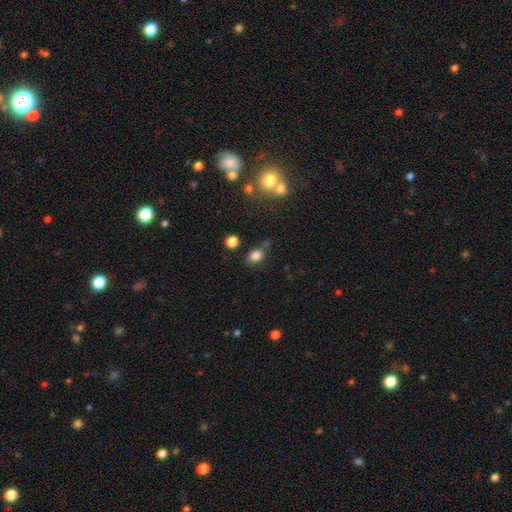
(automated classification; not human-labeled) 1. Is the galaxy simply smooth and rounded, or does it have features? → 82% smooth, 13% star or artifact, 5% featured or disk.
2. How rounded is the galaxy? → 59% in between, 40% round, 1% cigar-shaped.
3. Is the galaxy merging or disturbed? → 69% none, 17% minor disturbance, 10% merger, 5% major disturbance.